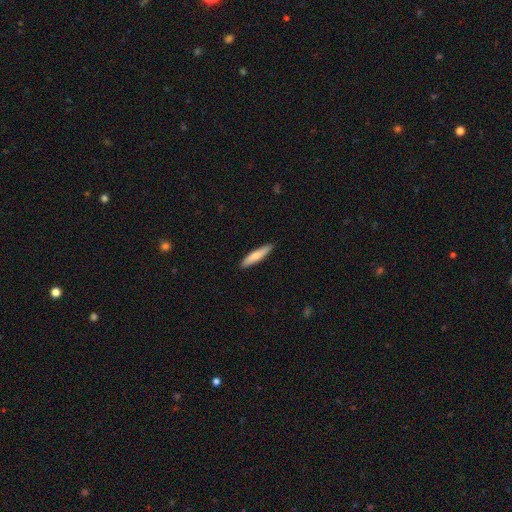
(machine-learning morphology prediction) type=smooth (73%); roundness=cigar-shaped (87%); merging=none (90%).